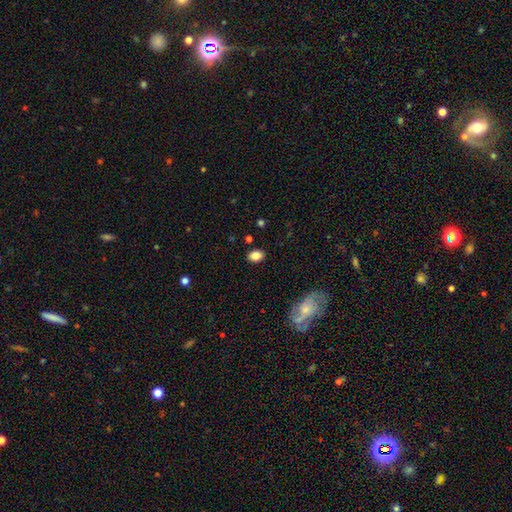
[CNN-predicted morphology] smooth_or_featured: smooth (p=0.83) [alt: star or artifact p=0.09]
how_rounded: in between (p=0.74) [alt: round p=0.25]
merging: none (p=0.87) [alt: minor disturbance p=0.09]